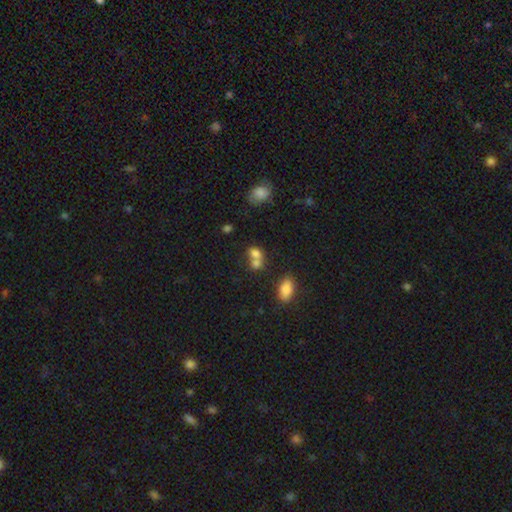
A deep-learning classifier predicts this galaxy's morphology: A smooth galaxy with no disk features (74%) that is in between round and cigar-shaped (51%).

Vote fractions:
- Smooth or featured? smooth: 74% / featured or disk: 13% / star or artifact: 13%
- How rounded? in between: 51% / round: 48% / cigar-shaped: 2%
- Merging? merger: 61% / none: 27% / minor disturbance: 8% / major disturbance: 4%